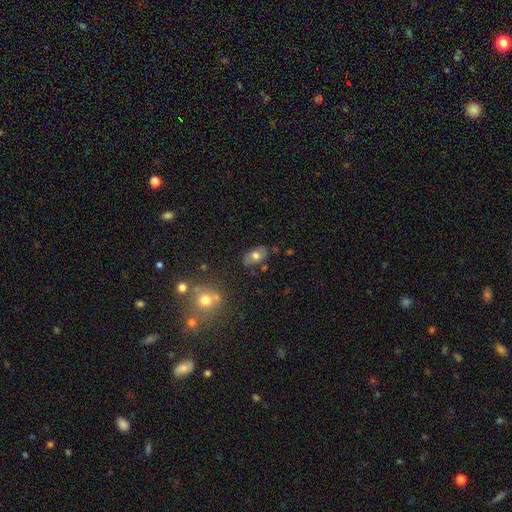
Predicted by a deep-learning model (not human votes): Q: Smooth or featured?
A: smooth (60%); runner-up: featured or disk (31%)
Q: How rounded?
A: in between (88%); runner-up: round (10%)
Q: Merging?
A: none (77%); runner-up: minor disturbance (16%)